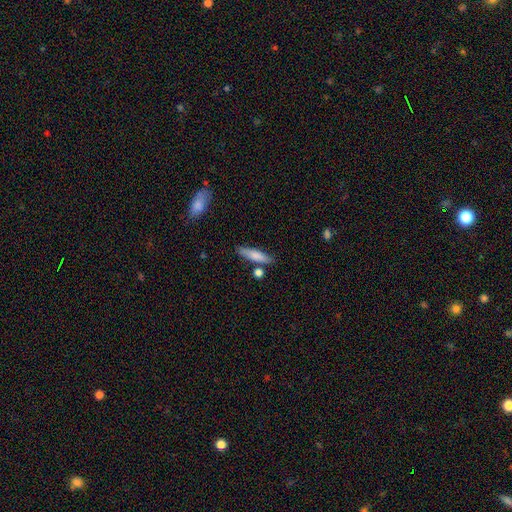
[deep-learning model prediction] smooth_or_featured: smooth (p=0.77) [alt: featured or disk p=0.16]
how_rounded: cigar-shaped (p=0.74) [alt: in between p=0.24]
merging: none (p=0.76) [alt: minor disturbance p=0.12]